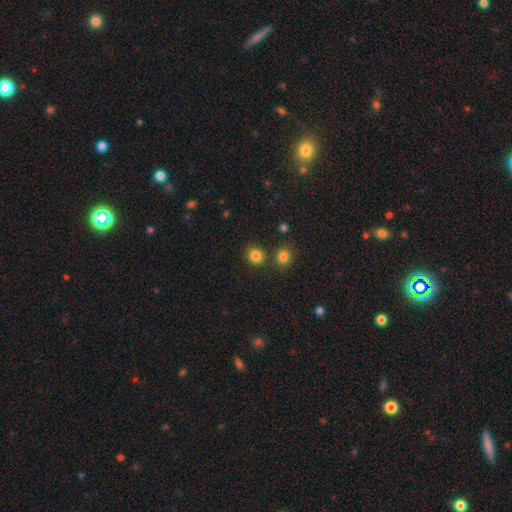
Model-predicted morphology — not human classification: Smooth or featured?
  - smooth: 83% *
  - star or artifact: 12%
  - featured or disk: 5%
How rounded?
  - round: 77% *
  - in between: 22%
  - cigar-shaped: 1%
Merging?
  - none: 79% *
  - merger: 10%
  - minor disturbance: 8%
  - major disturbance: 3%